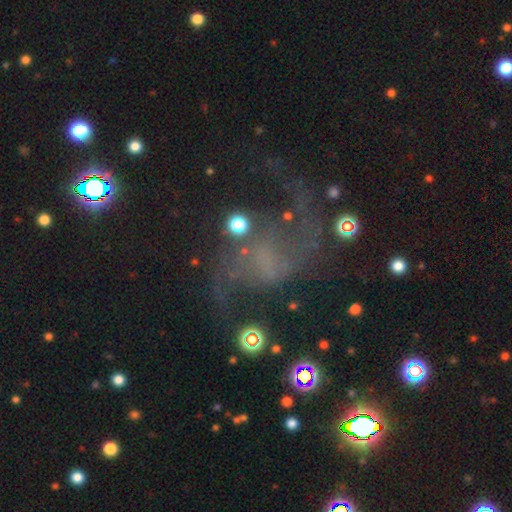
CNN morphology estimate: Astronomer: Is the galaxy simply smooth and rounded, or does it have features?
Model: featured or disk — 69%.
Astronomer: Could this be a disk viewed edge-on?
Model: no — 97%.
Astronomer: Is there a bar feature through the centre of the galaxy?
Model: no — 52% (runner-up: weak, 37%).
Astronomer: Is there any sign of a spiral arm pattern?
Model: yes — 87%.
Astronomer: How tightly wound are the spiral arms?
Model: loose — 64%.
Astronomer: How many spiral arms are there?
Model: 2 — 79%.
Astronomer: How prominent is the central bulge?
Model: none — 56%.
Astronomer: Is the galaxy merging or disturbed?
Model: none — 51% (runner-up: major disturbance, 27%).